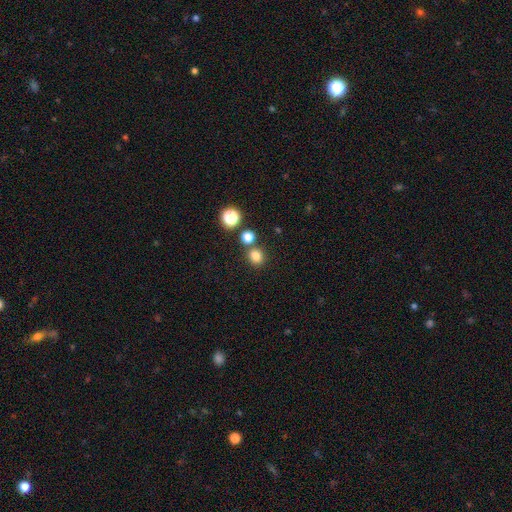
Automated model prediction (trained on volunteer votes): The model was most divided on "merging": none: 74%, merger: 15%, minor disturbance: 8%, major disturbance: 3%. More confident: smooth or featured — smooth (80%); how rounded — round (79%).